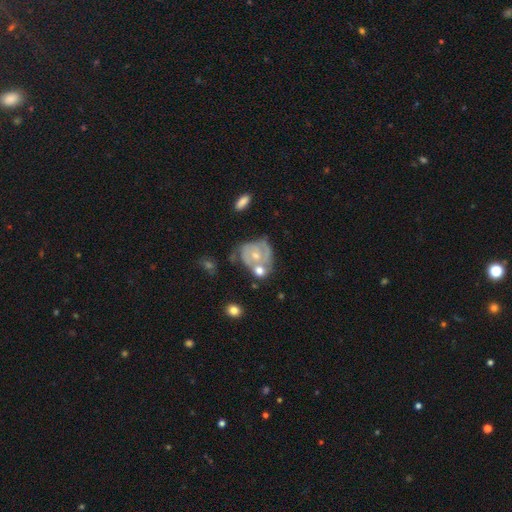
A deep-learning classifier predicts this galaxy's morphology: This is likely a featured or disk galaxy (68%). It is clearly not viewed edge-on (97%). Bar: likely no (77%). Spiral arm pattern: likely yes (70%). Central bulge: possibly moderate (51%). Merging: marginally merger (33%, tied with none).